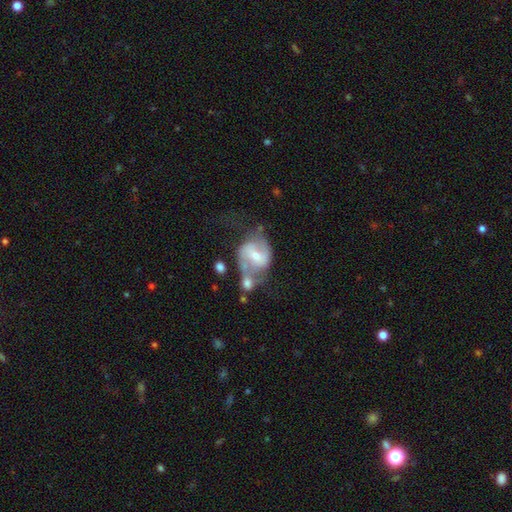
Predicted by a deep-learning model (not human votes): Smooth or featured? Predicted: featured or disk (p=0.75). Edge-on disk? Predicted: no (p=0.97). Bar? Predicted: weak (p=0.44). Spiral arms? Predicted: yes (p=0.88). Spiral winding? Predicted: medium (p=0.48). Spiral arm count? Predicted: 2 (p=0.85). Bulge size? Predicted: moderate (p=0.48). Merging? Predicted: none (p=0.37).